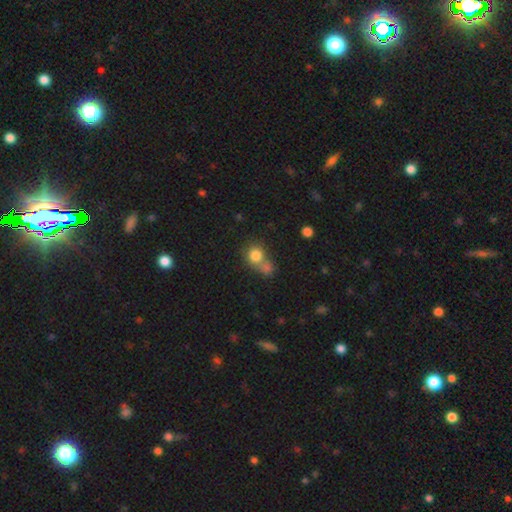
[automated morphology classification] Smooth or featured? smooth (79%)
How rounded? round (81%)
Merging? merger (51%)